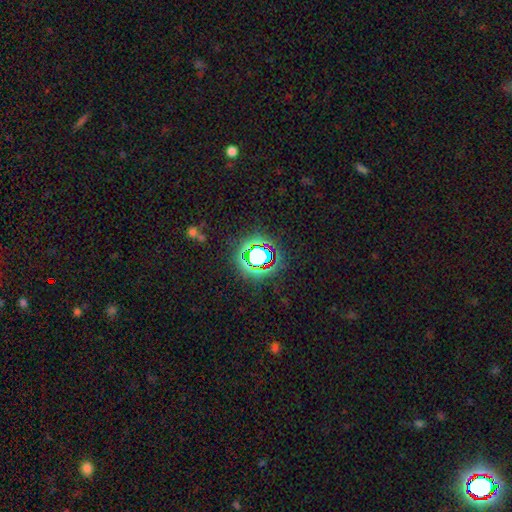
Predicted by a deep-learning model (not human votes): A star or artifact, not a galaxy (67%).

Vote fractions:
- Smooth or featured? star or artifact: 67% / smooth: 22% / featured or disk: 11%